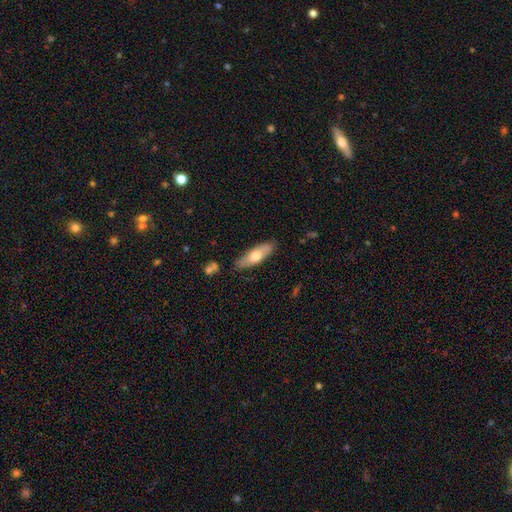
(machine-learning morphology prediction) smooth-or-featured: smooth: 61% | featured or disk: 33% | star or artifact: 6%
  how-rounded: in between: 55% | cigar-shaped: 42% | round: 2%
  merging: none: 84% | minor disturbance: 12% | major disturbance: 2% | merger: 2%